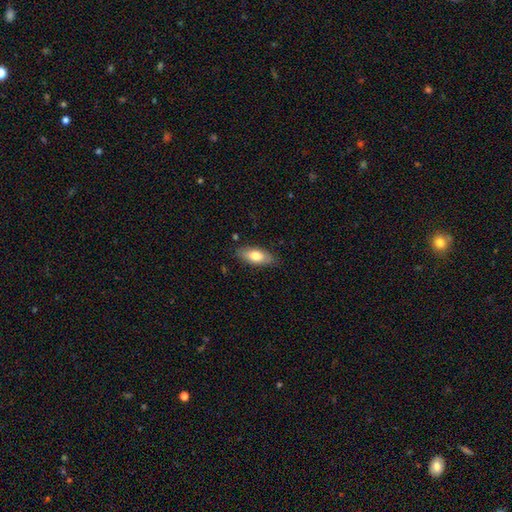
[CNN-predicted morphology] Smooth or featured? Predicted: smooth (p=0.74). How rounded? Predicted: in between (p=0.84). Merging? Predicted: none (p=0.83).